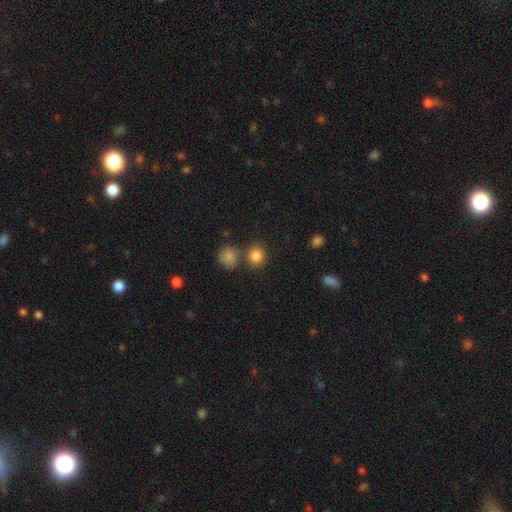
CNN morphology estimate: type=smooth (84%); roundness=round (78%); merging=none (69%).